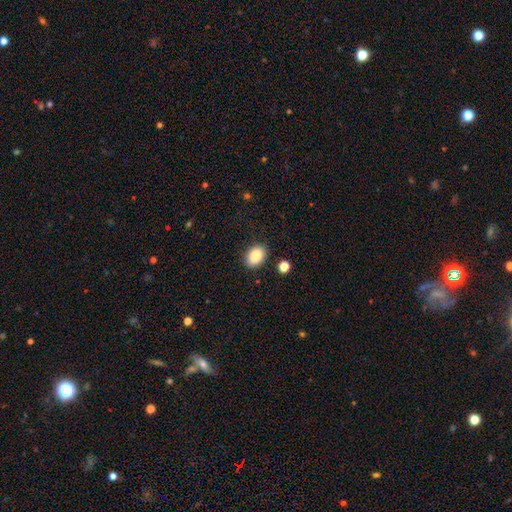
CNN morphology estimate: Smooth or featured?
  - smooth: 86% *
  - star or artifact: 8%
  - featured or disk: 6%
How rounded?
  - in between: 77% *
  - round: 22%
  - cigar-shaped: 1%
Merging?
  - none: 86% *
  - minor disturbance: 9%
  - merger: 3%
  - major disturbance: 2%